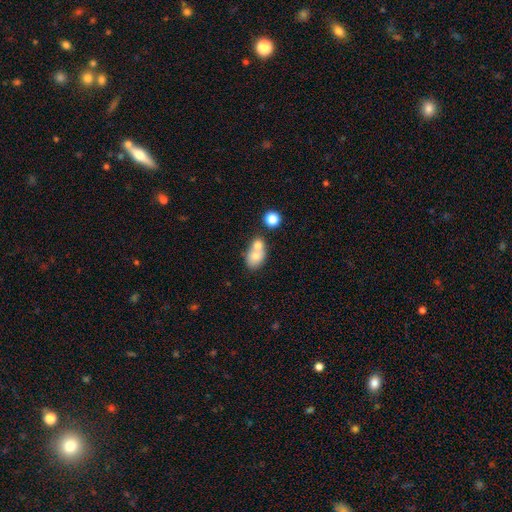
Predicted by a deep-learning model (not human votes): This appears to be a smooth galaxy with no disk features (70%) that is in between round and cigar-shaped (62%). Merging: merger (58%).